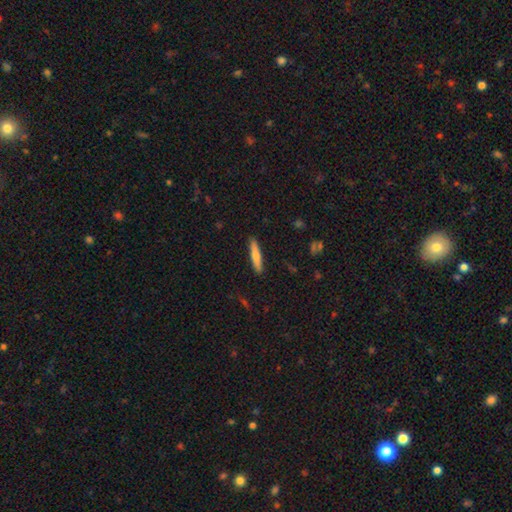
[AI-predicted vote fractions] This is likely a smooth galaxy (68%). How rounded: clearly cigar-shaped (88%). Merging: clearly none (90%).